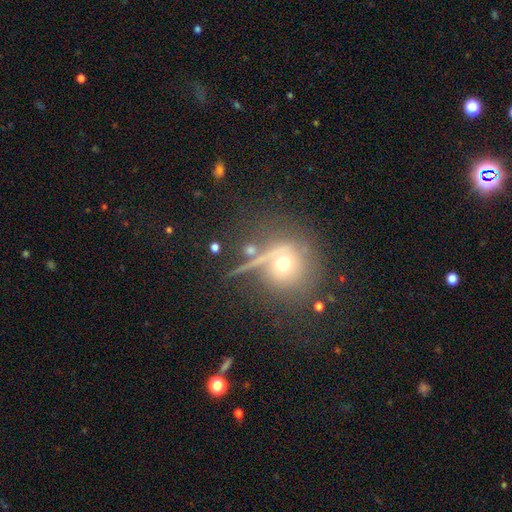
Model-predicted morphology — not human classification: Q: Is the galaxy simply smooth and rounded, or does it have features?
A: smooth — 49%.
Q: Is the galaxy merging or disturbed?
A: none — 66%.